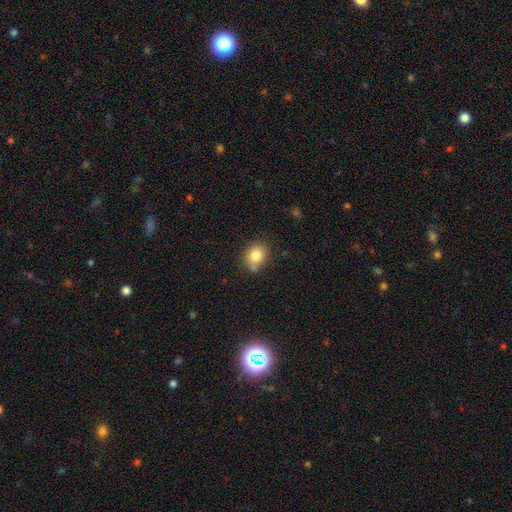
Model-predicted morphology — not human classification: A smooth galaxy with no disk features (82%) that is round (60%). Merging: none (71%).